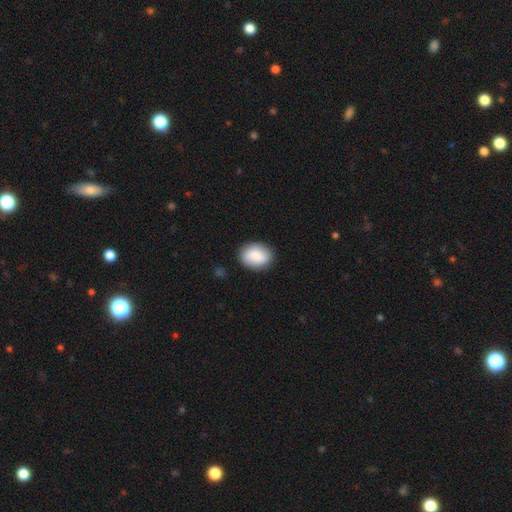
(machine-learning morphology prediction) The model was most divided on "how rounded": in between: 66%, round: 33%, cigar-shaped: 1%. More confident: merging — none (85%); smooth or featured — smooth (84%).